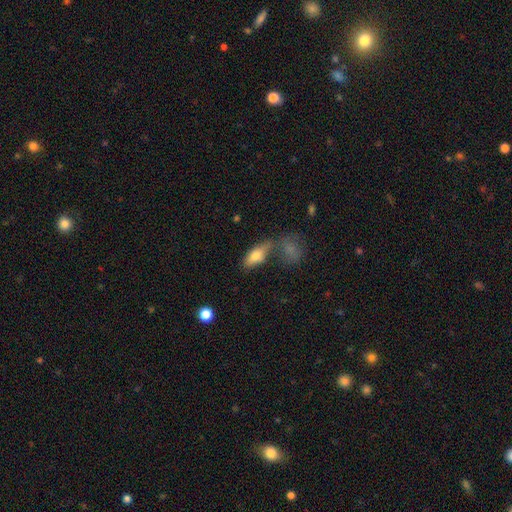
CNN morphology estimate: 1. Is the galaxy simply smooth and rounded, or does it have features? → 73% smooth, 19% featured or disk, 8% star or artifact.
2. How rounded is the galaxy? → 80% in between, 16% cigar-shaped, 4% round.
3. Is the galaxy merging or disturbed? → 45% none, 26% merger, 18% minor disturbance, 11% major disturbance.